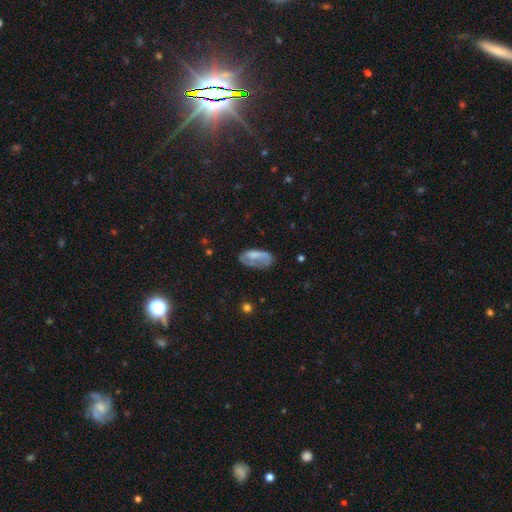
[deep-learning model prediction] Smooth or featured: smooth — 55% (featured or disk — 36%)
How rounded: in between — 88% (cigar-shaped — 8%)
Merging: none — 42% (minor disturbance — 29%)